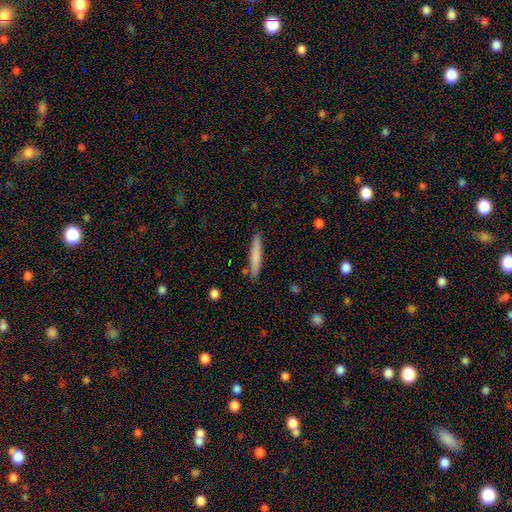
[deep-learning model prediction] smooth_or_featured: smooth (p=0.74) [alt: featured or disk p=0.21]
how_rounded: cigar-shaped (p=0.94) [alt: in between p=0.04]
merging: none (p=0.88) [alt: minor disturbance p=0.09]